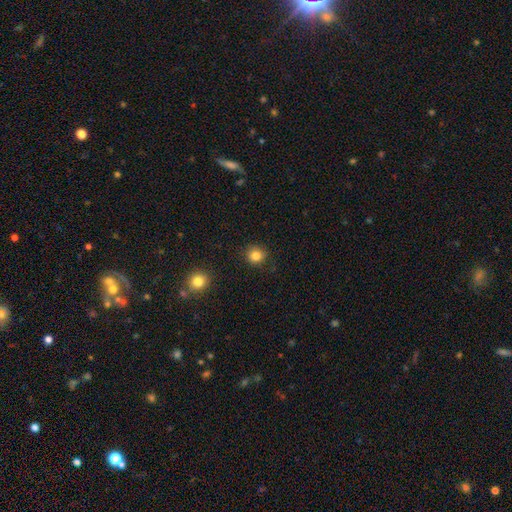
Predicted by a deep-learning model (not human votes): Smooth or featured? Predicted: smooth (p=0.83). How rounded? Predicted: round (p=0.87). Merging? Predicted: none (p=0.88).